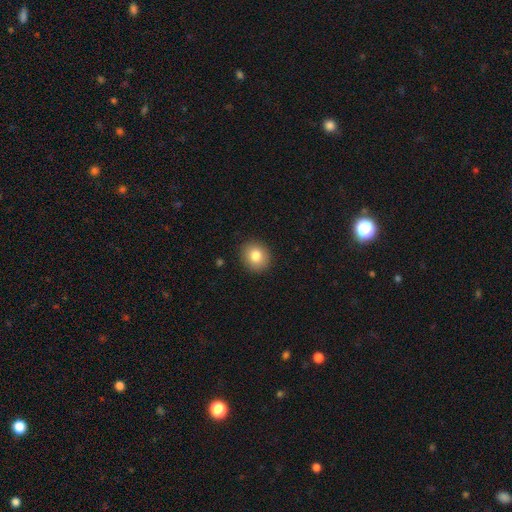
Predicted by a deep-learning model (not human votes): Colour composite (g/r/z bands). It shows a smooth galaxy with no disk features (82%) that is round (78%). Merging: none (91%).